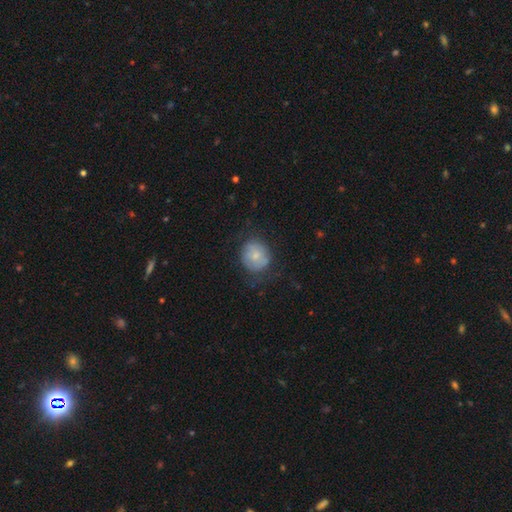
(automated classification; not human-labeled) Smooth or featured: smooth — 65% (featured or disk — 27%)
How rounded: round — 77% (in between — 22%)
Merging: none — 61% (minor disturbance — 25%)